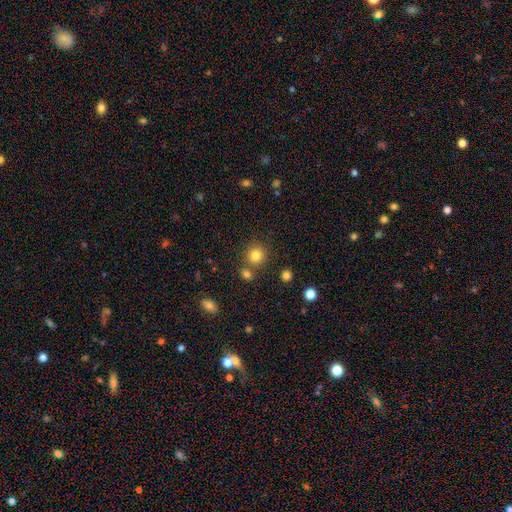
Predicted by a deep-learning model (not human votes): Morphology: type=smooth (81%); roundness=round (90%); merging=none (76%).